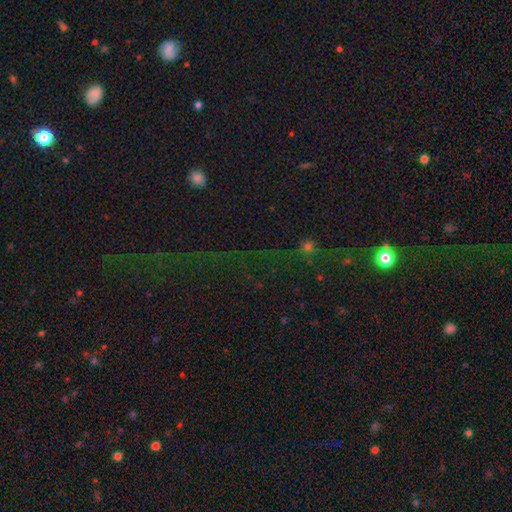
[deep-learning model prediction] The model was most divided on "smooth or featured": star or artifact: 70%, smooth: 19%, featured or disk: 11%.